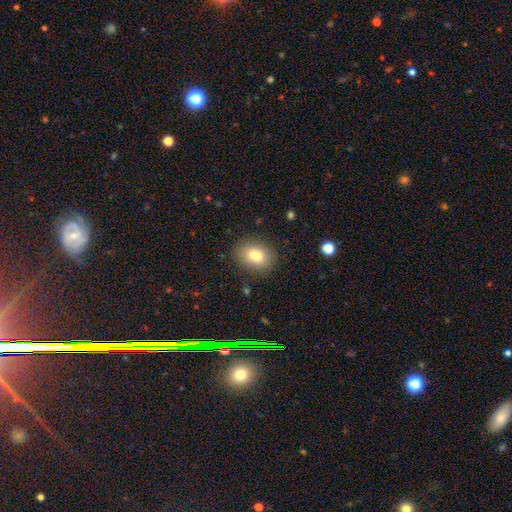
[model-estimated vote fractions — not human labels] The model was most divided on "how rounded": in between: 70%, round: 29%, cigar-shaped: 1%. More confident: merging — none (85%); smooth or featured — smooth (81%).